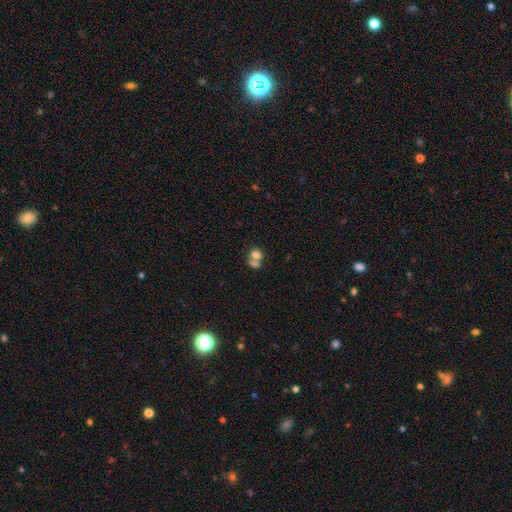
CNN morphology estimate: smooth-or-featured: smooth: 74% | featured or disk: 15% | star or artifact: 11%
  how-rounded: round: 61% | in between: 38% | cigar-shaped: 1%
  merging: merger: 59% | none: 30% | minor disturbance: 7% | major disturbance: 4%